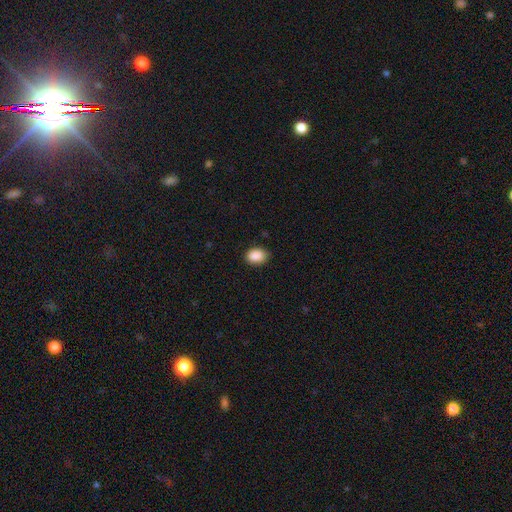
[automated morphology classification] Smooth or featured? Predicted: smooth (p=0.89). How rounded? Predicted: in between (p=0.71). Merging? Predicted: none (p=0.85).